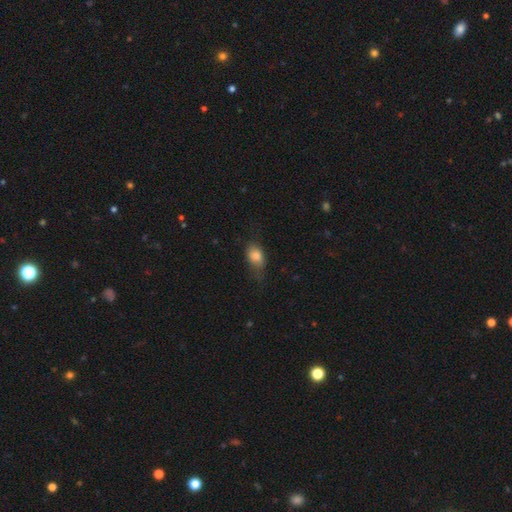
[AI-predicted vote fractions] Overall: smooth (80%). How rounded: in between (79%). Merging: none (51%; minor disturbance 33%).